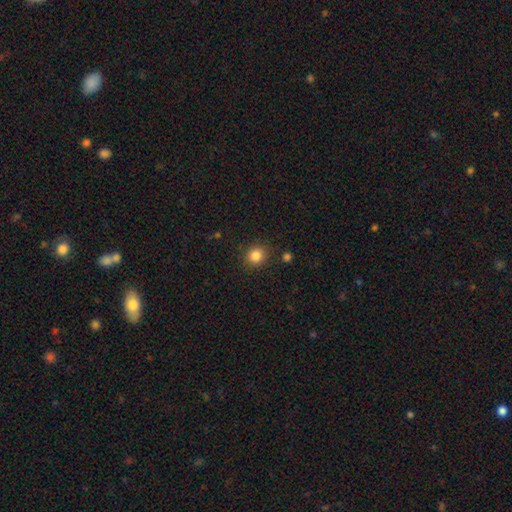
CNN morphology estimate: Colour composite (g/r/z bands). It shows a smooth galaxy with no disk features (84%) that is round (83%). Merging: none (87%).